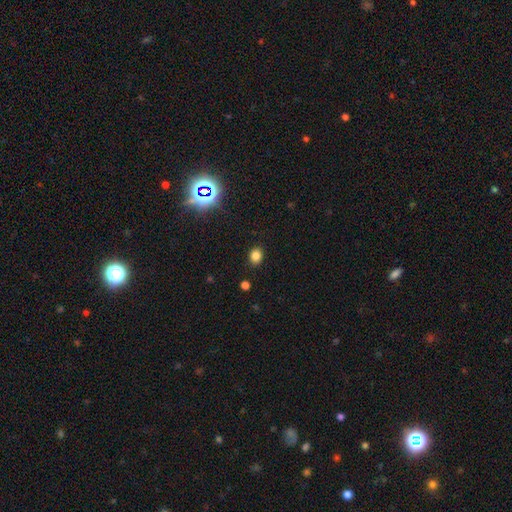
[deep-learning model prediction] The model was most divided on "how rounded": round: 55%, in between: 44%, cigar-shaped: 1%. More confident: merging — none (88%); smooth or featured — smooth (79%).